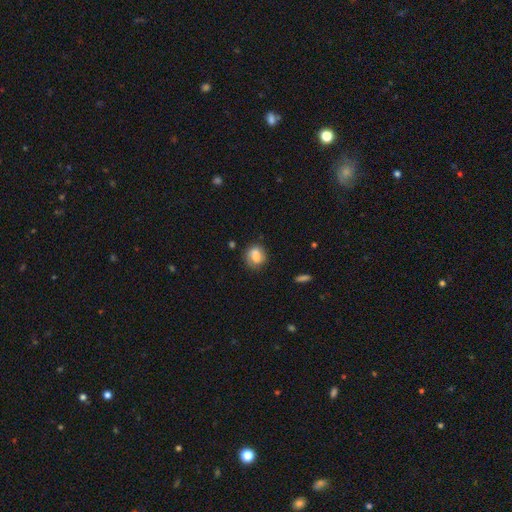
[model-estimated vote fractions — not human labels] A smooth galaxy with no disk features (71%) that is round (61%). Merging: none (74%).